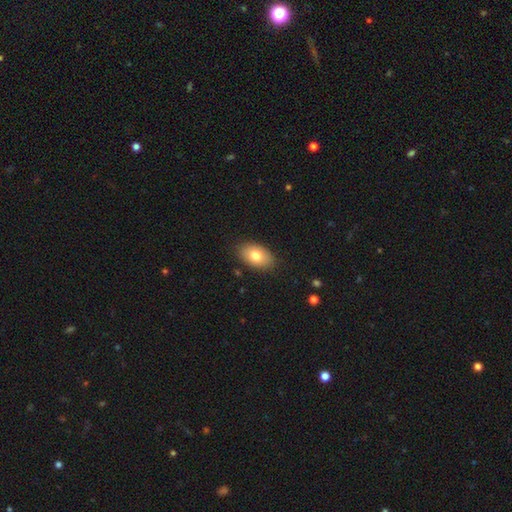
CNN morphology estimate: Overall: smooth (79%). How rounded: in between (91%). Merging: none (86%).